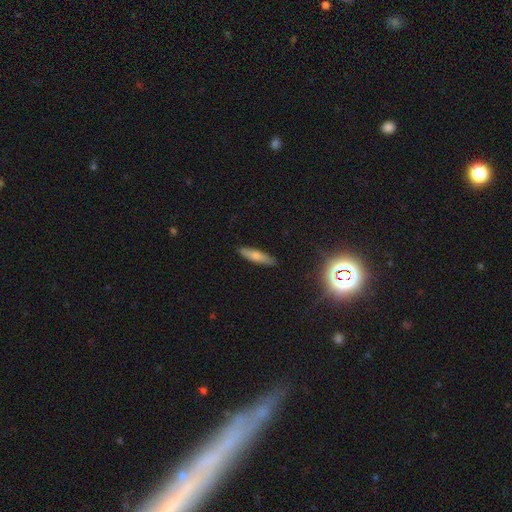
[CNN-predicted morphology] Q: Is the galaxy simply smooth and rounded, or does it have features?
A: smooth — 70%.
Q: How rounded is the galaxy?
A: cigar-shaped — 77%.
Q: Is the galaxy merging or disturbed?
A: none — 87%.